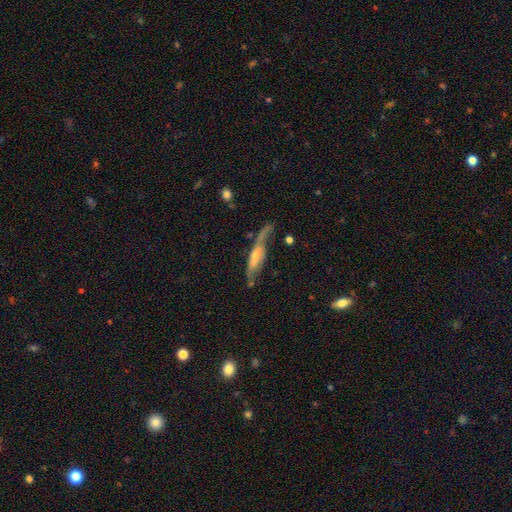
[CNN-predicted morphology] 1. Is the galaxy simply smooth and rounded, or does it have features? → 63% featured or disk, 29% smooth, 7% star or artifact.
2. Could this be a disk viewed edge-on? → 52% yes, 48% no.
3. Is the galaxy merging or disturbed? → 44% none, 27% minor disturbance, 22% major disturbance, 6% merger.